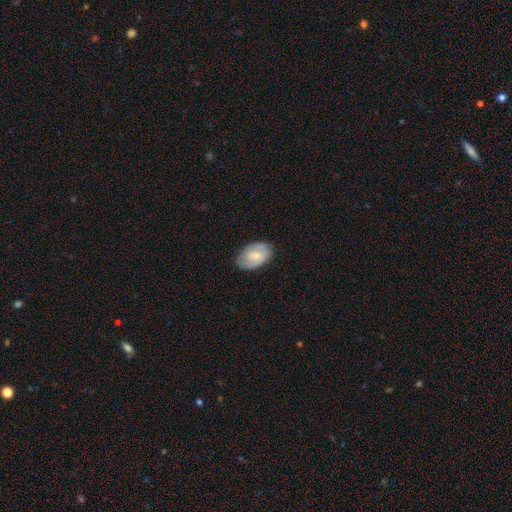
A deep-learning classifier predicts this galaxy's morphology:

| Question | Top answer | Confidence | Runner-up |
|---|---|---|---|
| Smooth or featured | featured or disk | 50% | smooth (44%) |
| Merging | none | 79% | minor disturbance (16%) |